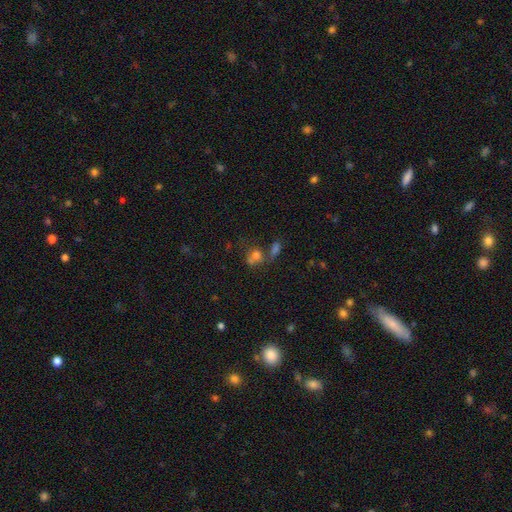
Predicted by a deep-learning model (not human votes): Smooth or featured? Predicted: smooth (p=0.66). How rounded? Predicted: round (p=0.66). Merging? Predicted: merger (p=0.46).